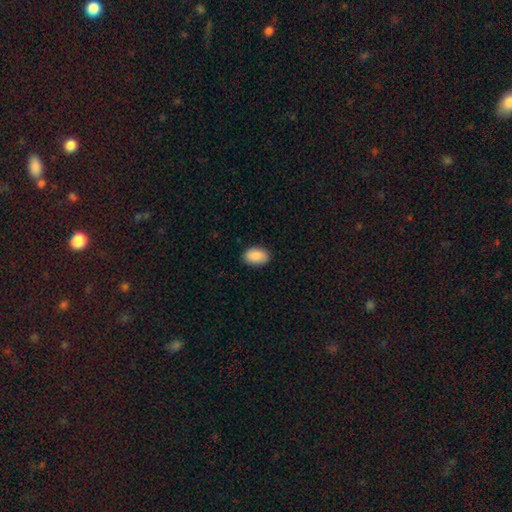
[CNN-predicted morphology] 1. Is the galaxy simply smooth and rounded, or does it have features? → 89% smooth, 6% star or artifact, 5% featured or disk.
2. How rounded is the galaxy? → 90% in between, 9% round, 1% cigar-shaped.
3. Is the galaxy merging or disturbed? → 88% none, 9% minor disturbance, 2% major disturbance, 1% merger.